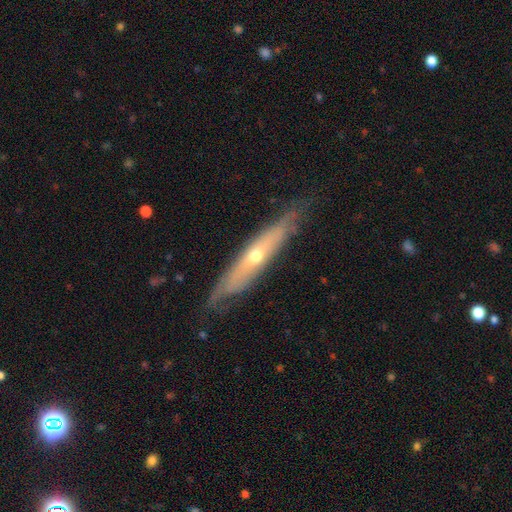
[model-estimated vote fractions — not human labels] The model was most divided on "edge-on disk": yes: 68%, no: 32%. More confident: merging — none (78%); smooth or featured — featured or disk (68%).